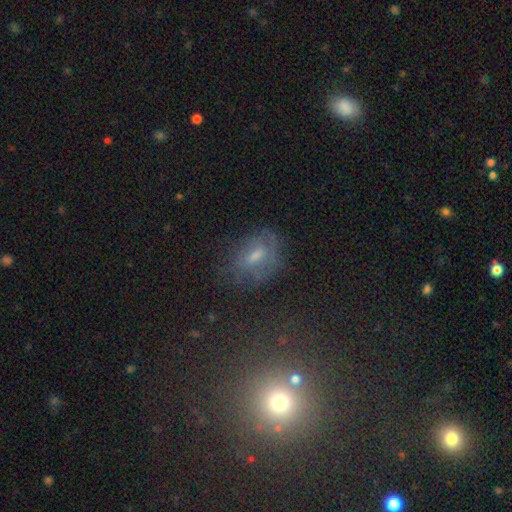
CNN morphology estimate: Smooth or featured: smooth — 41% (featured or disk — 36%)
Merging: none — 64% (minor disturbance — 22%)